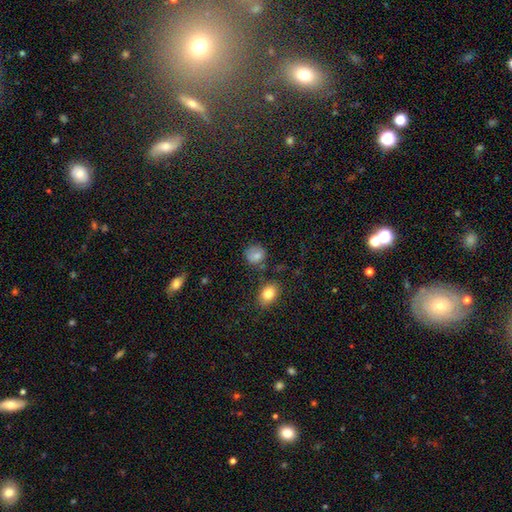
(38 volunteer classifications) A smooth galaxy with no disk features (89%) that is round (79%). Merging: none (66%).